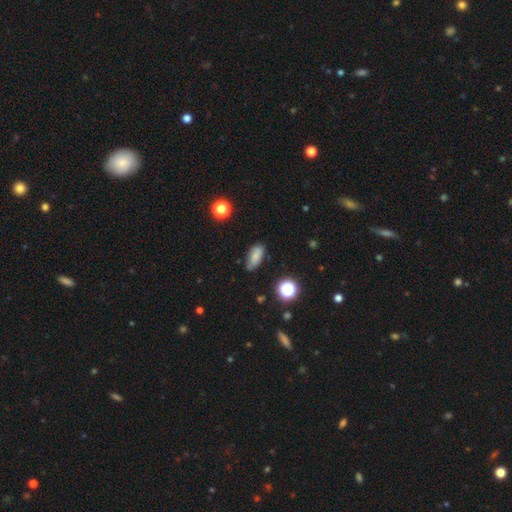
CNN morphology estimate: This appears to be a smooth galaxy with no disk features (74%) that is in between round and cigar-shaped (85%). Merging: none (70%).